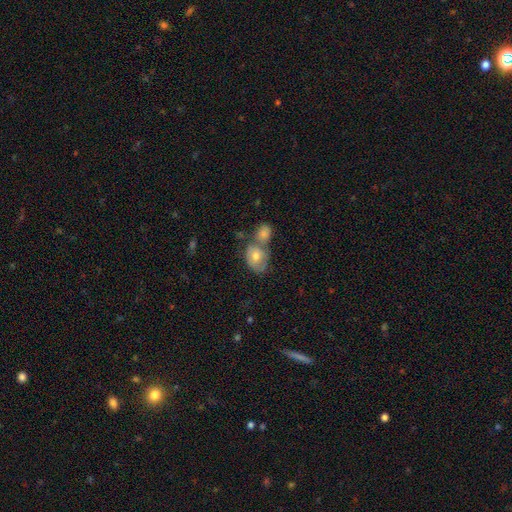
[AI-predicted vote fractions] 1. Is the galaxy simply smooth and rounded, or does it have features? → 56% smooth, 34% featured or disk, 10% star or artifact.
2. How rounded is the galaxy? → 59% in between, 39% round, 2% cigar-shaped.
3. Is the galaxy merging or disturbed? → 48% merger, 33% none, 13% minor disturbance, 7% major disturbance.